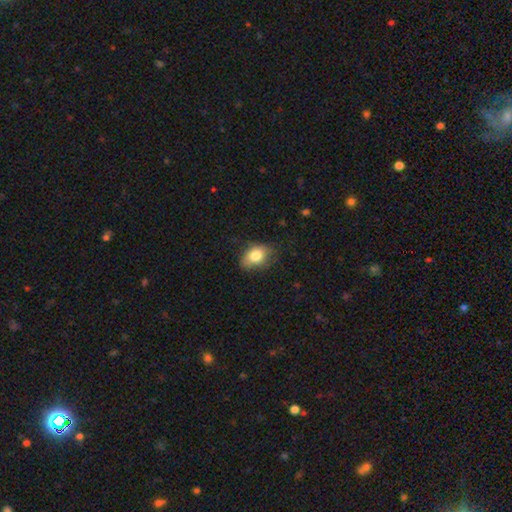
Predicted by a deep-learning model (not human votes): Smooth or featured: smooth — 79% (featured or disk — 12%)
How rounded: in between — 77% (round — 21%)
Merging: none — 60% (minor disturbance — 30%)